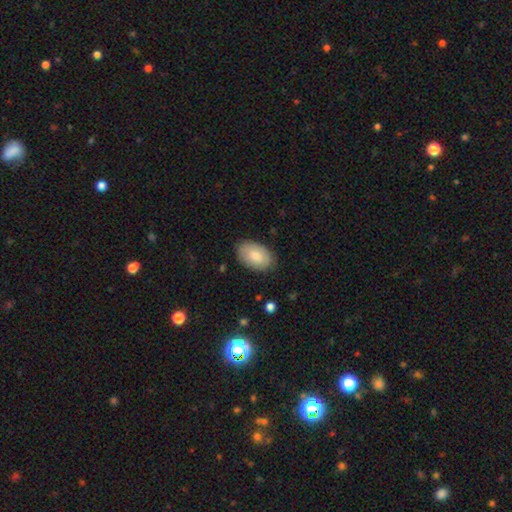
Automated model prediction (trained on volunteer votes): The model was most divided on "smooth or featured": smooth: 83%, featured or disk: 12%, star or artifact: 6%. More confident: how rounded — in between (92%); merging — none (85%).